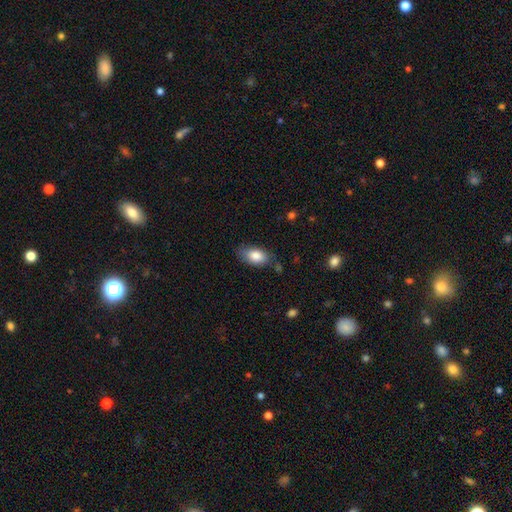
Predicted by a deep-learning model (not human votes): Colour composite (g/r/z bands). It shows a smooth galaxy with no disk features (84%) that is in between round and cigar-shaped (92%). Merging: none (74%).